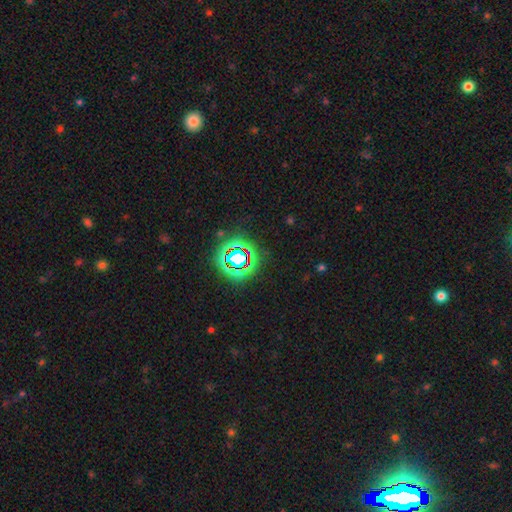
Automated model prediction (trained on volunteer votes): The model was most divided on "smooth or featured": star or artifact: 76%, smooth: 14%, featured or disk: 10%.